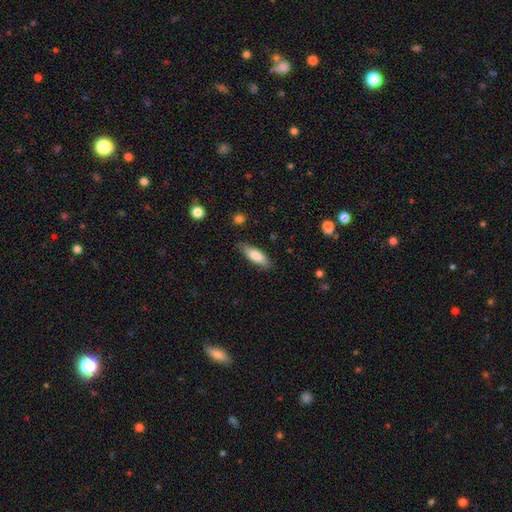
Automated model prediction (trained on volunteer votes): A smooth galaxy with no disk features (77%) that is in between round and cigar-shaped (50%). Merging: none (81%).